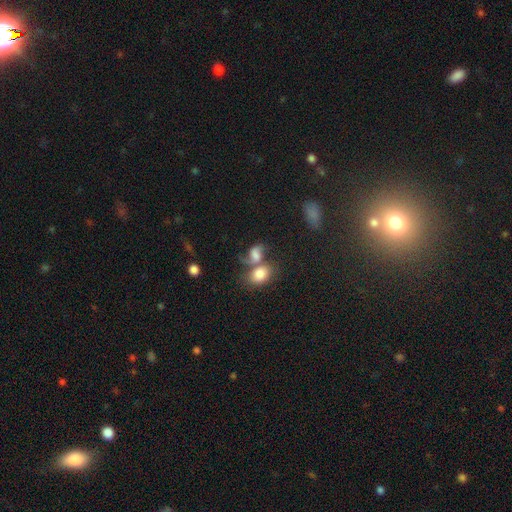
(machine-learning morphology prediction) A smooth galaxy with no disk features (61%) that is in between round and cigar-shaped (68%). Merging: merger (54%).